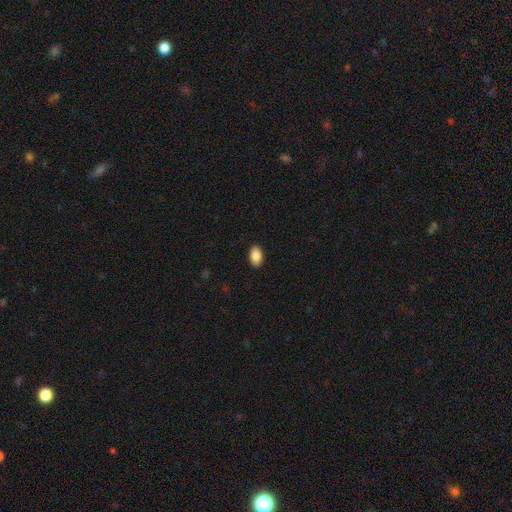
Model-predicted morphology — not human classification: Smooth or featured: smooth — 89% (star or artifact — 7%)
How rounded: in between — 93% (round — 5%)
Merging: none — 90% (minor disturbance — 7%)